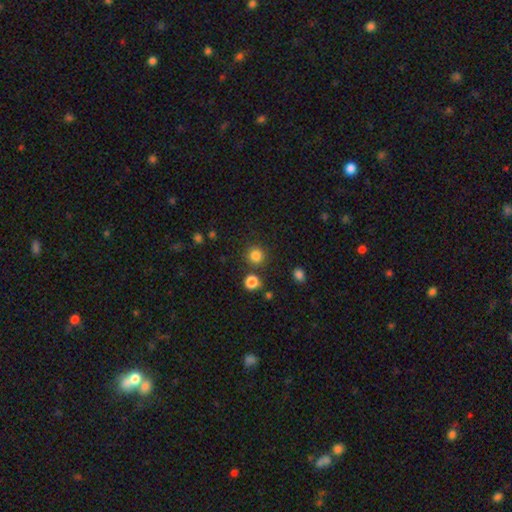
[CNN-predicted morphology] Smooth or featured? Predicted: smooth (p=0.82). How rounded? Predicted: round (p=0.93). Merging? Predicted: none (p=0.85).